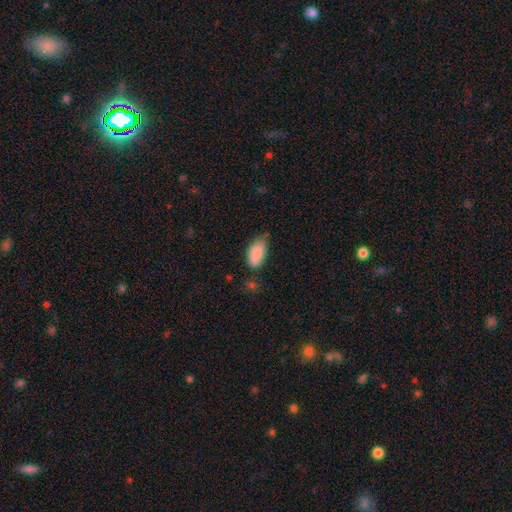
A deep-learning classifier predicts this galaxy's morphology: Smooth or featured? Predicted: smooth (p=0.87). How rounded? Predicted: in between (p=0.93). Merging? Predicted: none (p=0.54).